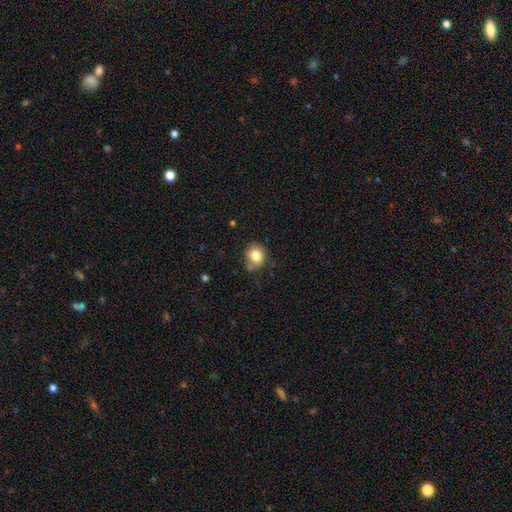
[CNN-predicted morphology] Smooth or featured?
  - smooth: 81% *
  - star or artifact: 10%
  - featured or disk: 9%
How rounded?
  - round: 72% *
  - in between: 27%
  - cigar-shaped: 1%
Merging?
  - none: 71% *
  - minor disturbance: 18%
  - merger: 6%
  - major disturbance: 4%